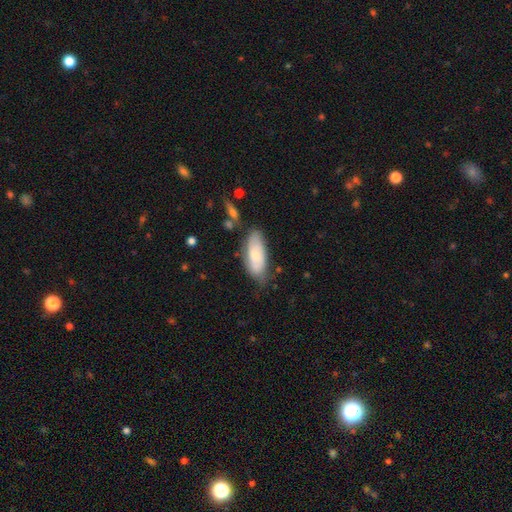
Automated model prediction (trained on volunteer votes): Q: Smooth or featured?
A: smooth (67%); runner-up: featured or disk (27%)
Q: How rounded?
A: in between (85%); runner-up: cigar-shaped (13%)
Q: Merging?
A: none (64%); runner-up: minor disturbance (25%)